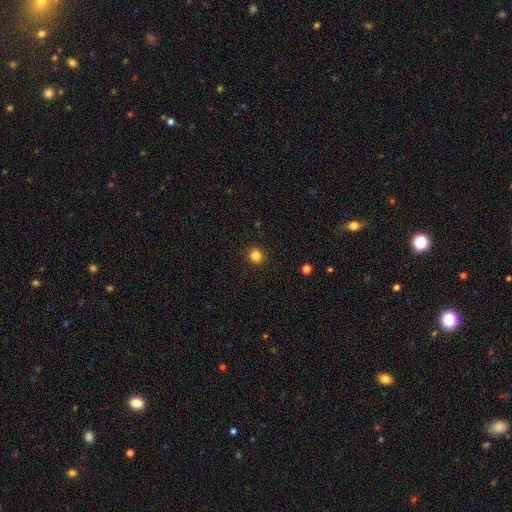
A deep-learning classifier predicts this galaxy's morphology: Smooth or featured?
  - smooth: 83% *
  - star or artifact: 13%
  - featured or disk: 4%
How rounded?
  - round: 91% *
  - in between: 8%
  - cigar-shaped: 1%
Merging?
  - none: 92% *
  - minor disturbance: 5%
  - major disturbance: 2%
  - merger: 1%